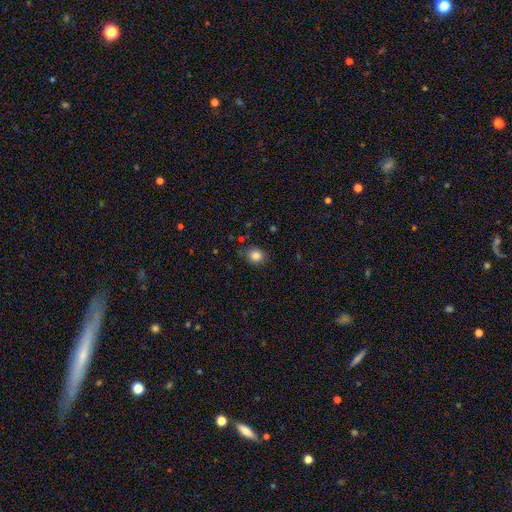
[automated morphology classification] smooth 85%, star or artifact 10%, featured or disk 5%. Down the decision tree: how rounded — round (63%); merging — none (81%).